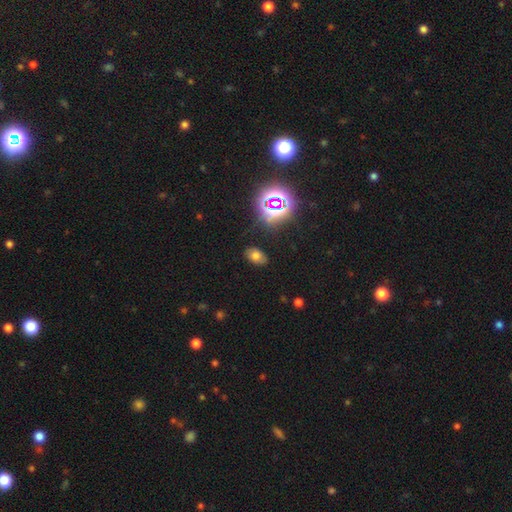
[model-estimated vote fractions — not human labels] This is likely a smooth galaxy (62%). How rounded: clearly in between (86%). Merging: clearly none (82%).